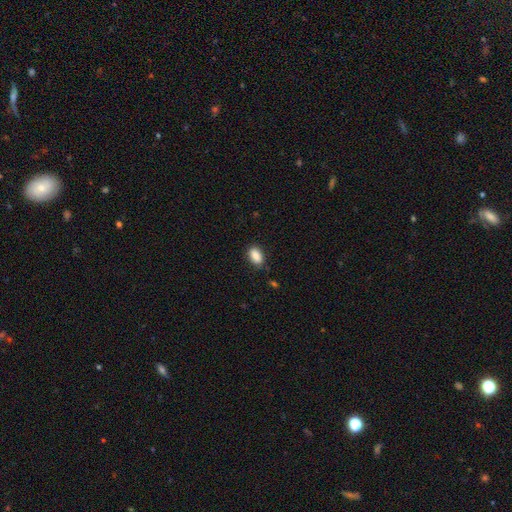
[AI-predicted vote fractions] Morphology: type=smooth (88%); roundness=in between (90%); merging=none (81%).